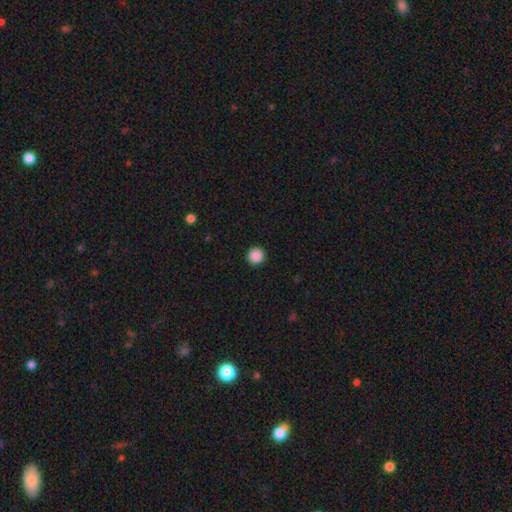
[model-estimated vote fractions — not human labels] Q: Smooth or featured?
A: smooth (88%); runner-up: star or artifact (9%)
Q: How rounded?
A: round (95%); runner-up: in between (4%)
Q: Merging?
A: none (93%); runner-up: minor disturbance (4%)